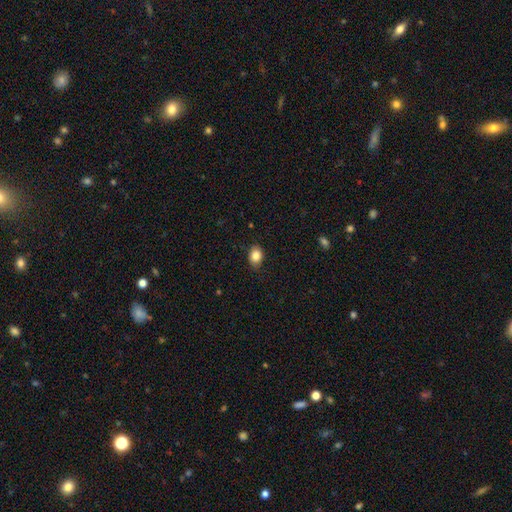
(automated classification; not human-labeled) This is clearly a smooth galaxy (85%). How rounded: likely in between (71%). Merging: clearly none (84%).